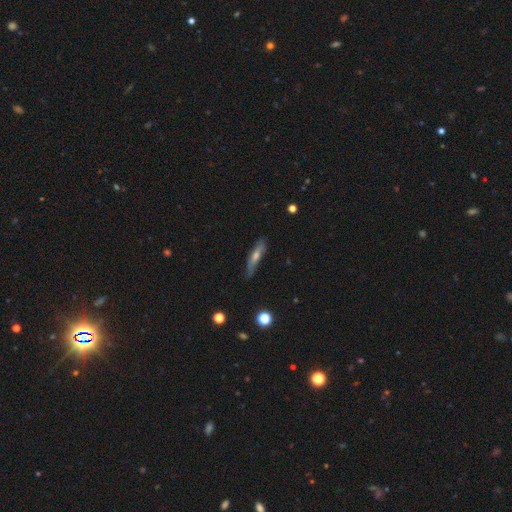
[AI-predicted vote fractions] Overall: featured or disk (49%; smooth 43%). Merging: none (77%).